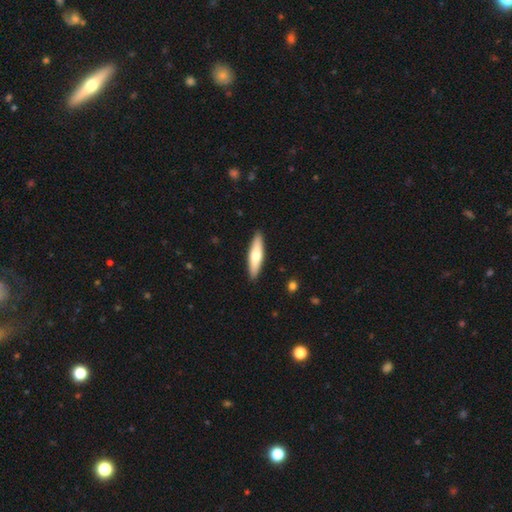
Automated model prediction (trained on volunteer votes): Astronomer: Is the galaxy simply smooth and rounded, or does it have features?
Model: smooth — 61%.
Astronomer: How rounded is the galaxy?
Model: cigar-shaped — 74%.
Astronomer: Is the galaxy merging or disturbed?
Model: none — 91%.